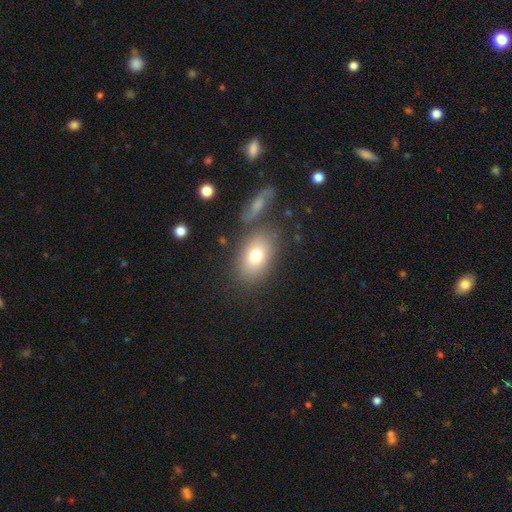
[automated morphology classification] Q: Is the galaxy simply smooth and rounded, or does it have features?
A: smooth — 75%.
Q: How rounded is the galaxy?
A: in between — 80%.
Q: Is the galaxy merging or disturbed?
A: none — 76%.